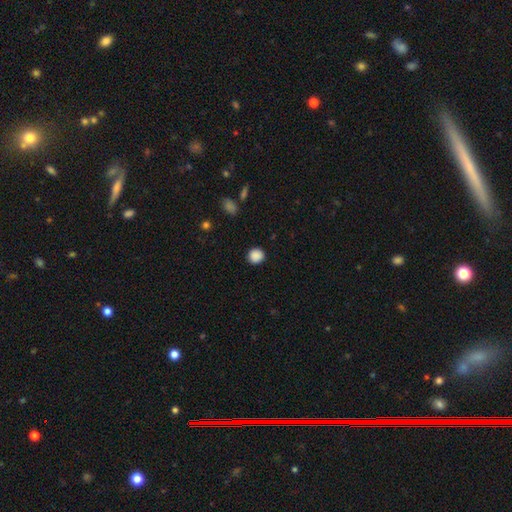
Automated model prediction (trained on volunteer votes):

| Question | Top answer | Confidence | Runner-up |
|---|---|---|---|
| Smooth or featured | smooth | 88% | star or artifact (9%) |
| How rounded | round | 92% | in between (7%) |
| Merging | none | 91% | minor disturbance (6%) |